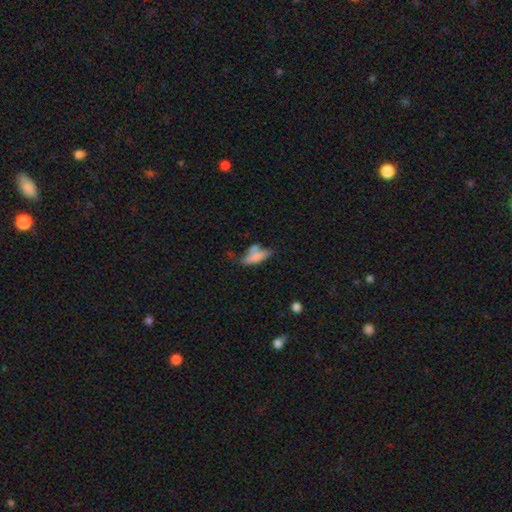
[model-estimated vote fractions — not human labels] Smooth or featured?
  - smooth: 63% *
  - featured or disk: 28%
  - star or artifact: 9%
How rounded?
  - in between: 54% *
  - cigar-shaped: 42%
  - round: 3%
Merging?
  - none: 35% *
  - merger: 34%
  - minor disturbance: 19%
  - major disturbance: 13%